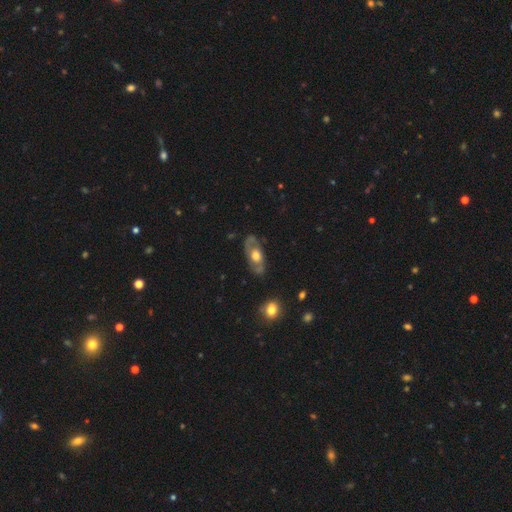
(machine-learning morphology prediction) Smooth or featured? featured or disk (60%)
Edge-on disk? no (82%)
Merging? none (69%)